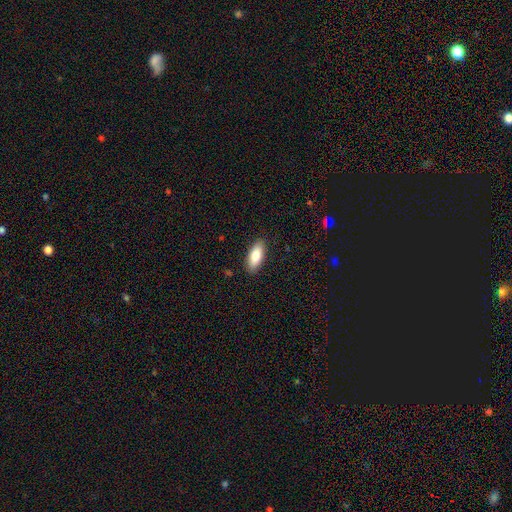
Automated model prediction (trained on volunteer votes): Overall: smooth (81%). How rounded: in between (78%). Merging: none (88%).